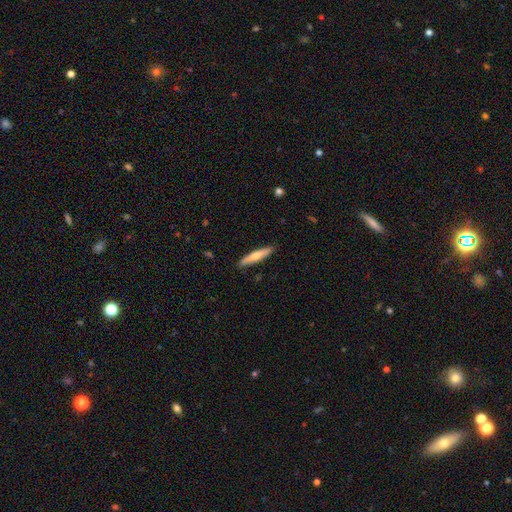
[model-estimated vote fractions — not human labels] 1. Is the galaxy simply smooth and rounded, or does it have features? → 54% smooth, 40% featured or disk, 5% star or artifact.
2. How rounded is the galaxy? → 89% cigar-shaped, 10% in between, 2% round.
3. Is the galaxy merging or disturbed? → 89% none, 8% minor disturbance, 1% major disturbance, 1% merger.